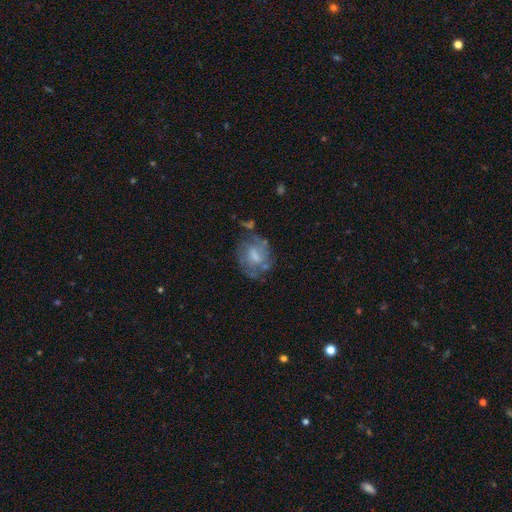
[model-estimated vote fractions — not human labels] smooth_or_featured: featured or disk (p=0.59) [alt: smooth p=0.30]
disk_edge_on: no (p=0.96) [alt: yes p=0.04]
bar: no (p=0.49) [alt: weak p=0.42]
has_spiral_arms: yes (p=0.65) [alt: no p=0.35]
bulge_size: moderate (p=0.45) [alt: small p=0.33]
merging: none (p=0.60) [alt: minor disturbance p=0.21]